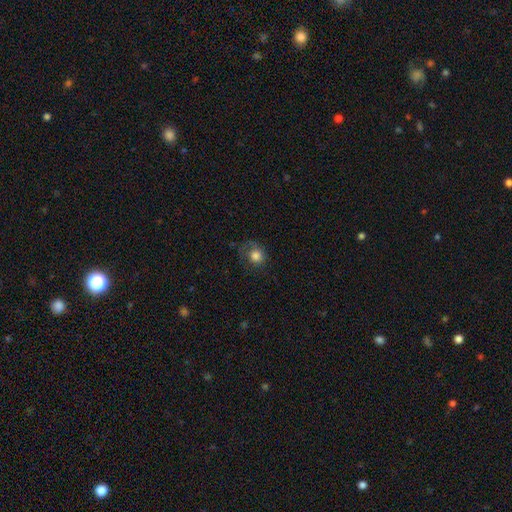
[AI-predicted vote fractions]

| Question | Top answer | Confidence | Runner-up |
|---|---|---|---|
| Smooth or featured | smooth | 73% | featured or disk (17%) |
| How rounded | round | 75% | in between (24%) |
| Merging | none | 48% | major disturbance (26%) |